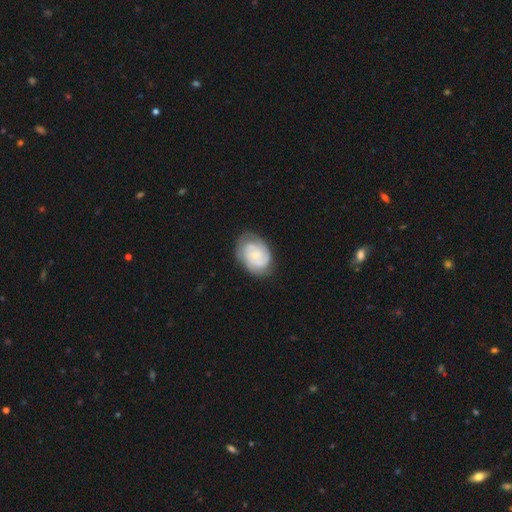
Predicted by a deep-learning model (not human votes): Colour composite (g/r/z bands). It shows a featured or disk galaxy (75%) with no bar (77%), 2 (33%) tight (66%) spiral arms (93%) and a small central bulge (74%). Merging: none (73%).